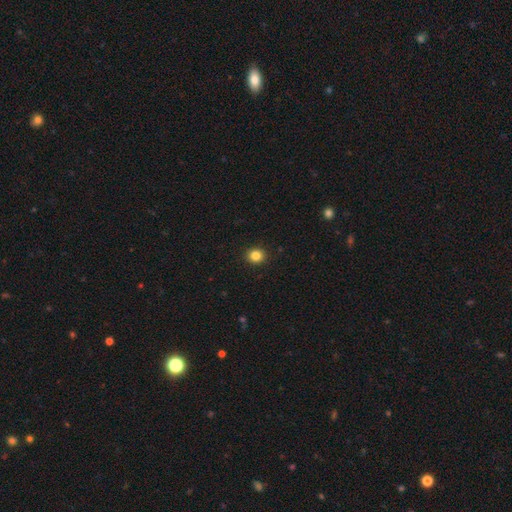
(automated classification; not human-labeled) A smooth galaxy with no disk features (84%) that is round (79%).

Vote fractions:
- Smooth or featured? smooth: 84% / star or artifact: 11% / featured or disk: 5%
- How rounded? round: 79% / in between: 20% / cigar-shaped: 1%
- Merging? none: 92% / minor disturbance: 5% / major disturbance: 2% / merger: 1%